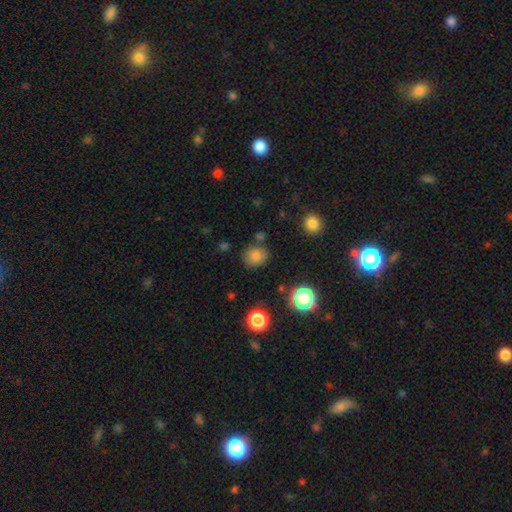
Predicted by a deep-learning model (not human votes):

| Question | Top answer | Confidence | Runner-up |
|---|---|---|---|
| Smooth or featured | smooth | 79% | star or artifact (14%) |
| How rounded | round | 76% | in between (23%) |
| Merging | none | 79% | minor disturbance (13%) |